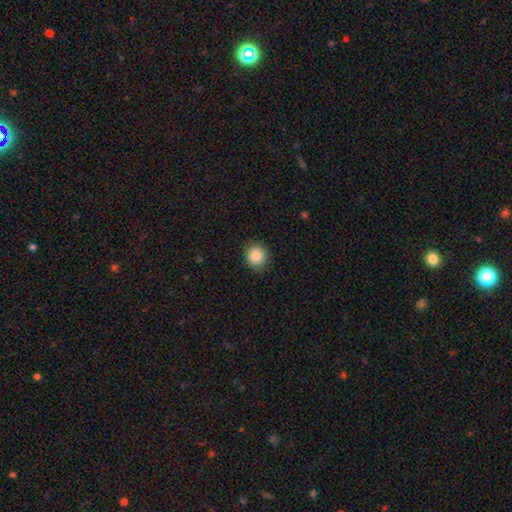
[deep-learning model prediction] A smooth galaxy with no disk features (84%) that is round (85%).

Vote fractions:
- Smooth or featured? smooth: 84% / star or artifact: 9% / featured or disk: 6%
- How rounded? round: 85% / in between: 14% / cigar-shaped: 1%
- Merging? none: 88% / minor disturbance: 9% / major disturbance: 2% / merger: 1%